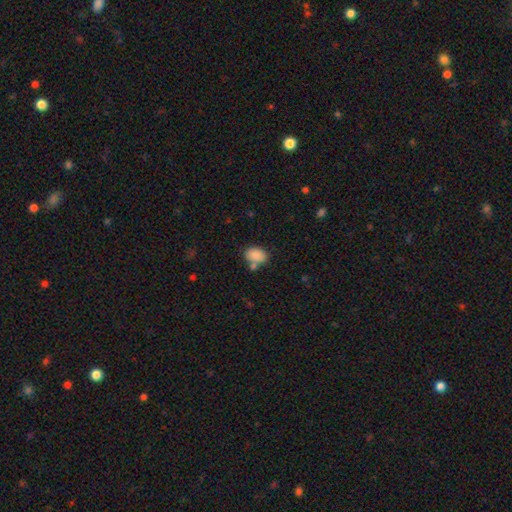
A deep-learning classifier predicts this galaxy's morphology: A smooth galaxy with no disk features (87%) that is in between round and cigar-shaped (85%).

Vote fractions:
- Smooth or featured? smooth: 87% / star or artifact: 8% / featured or disk: 5%
- How rounded? in between: 85% / round: 14% / cigar-shaped: 1%
- Merging? none: 64% / merger: 17% / minor disturbance: 15% / major disturbance: 4%